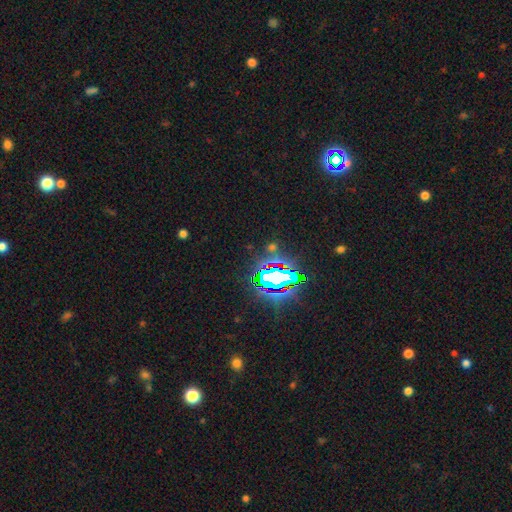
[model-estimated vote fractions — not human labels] This is clearly a star or artifact rather than a galaxy (82%).